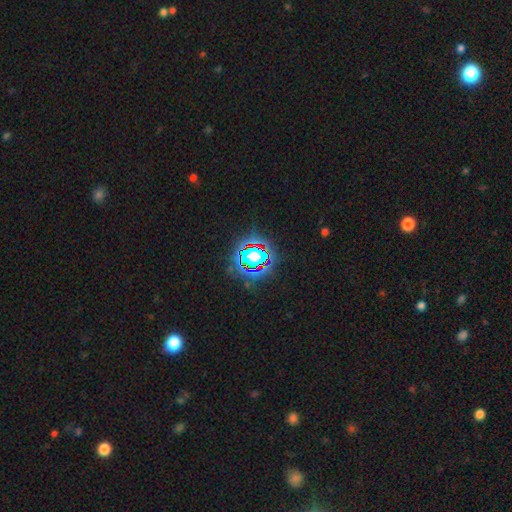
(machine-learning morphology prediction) This is likely a star or artifact rather than a galaxy (66%).